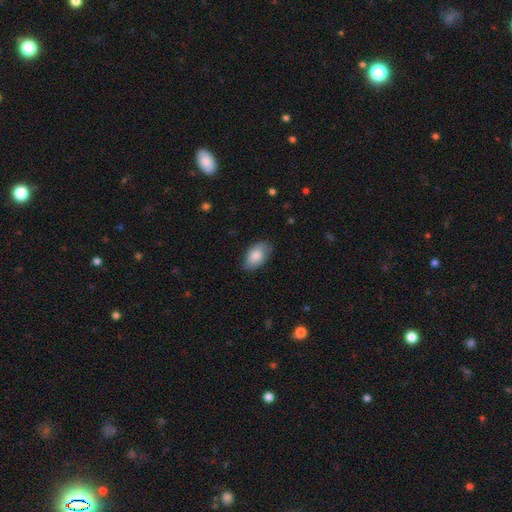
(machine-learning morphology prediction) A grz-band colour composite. It shows a smooth galaxy with no disk features (83%) that is in between round and cigar-shaped (93%). Merging: none (77%).